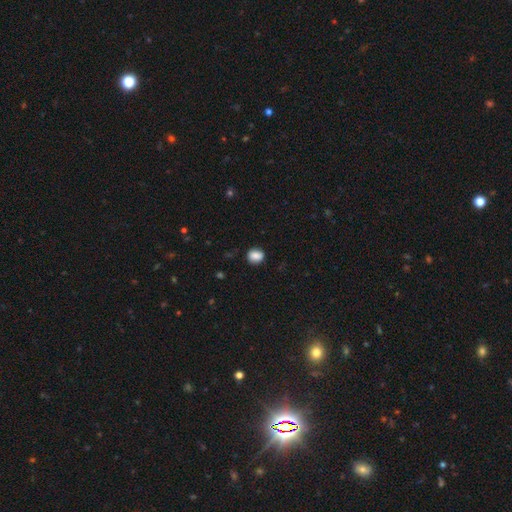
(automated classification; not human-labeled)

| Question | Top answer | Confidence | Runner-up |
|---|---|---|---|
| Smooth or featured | smooth | 85% | star or artifact (9%) |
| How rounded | round | 62% | in between (37%) |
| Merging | none | 83% | minor disturbance (13%) |